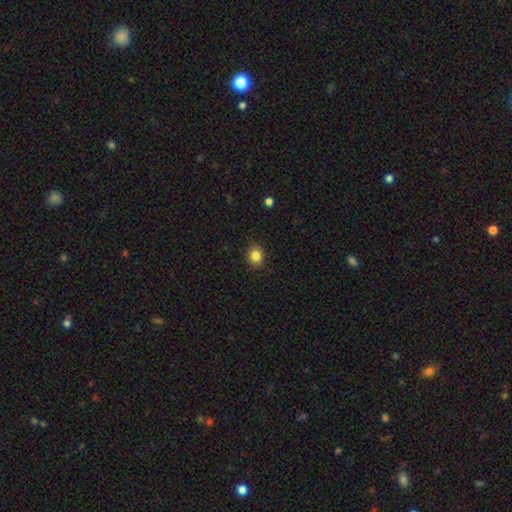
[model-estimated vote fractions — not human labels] smooth_or_featured: smooth (p=0.84) [alt: star or artifact p=0.11]
how_rounded: round (p=0.73) [alt: in between p=0.26]
merging: none (p=0.90) [alt: minor disturbance p=0.07]